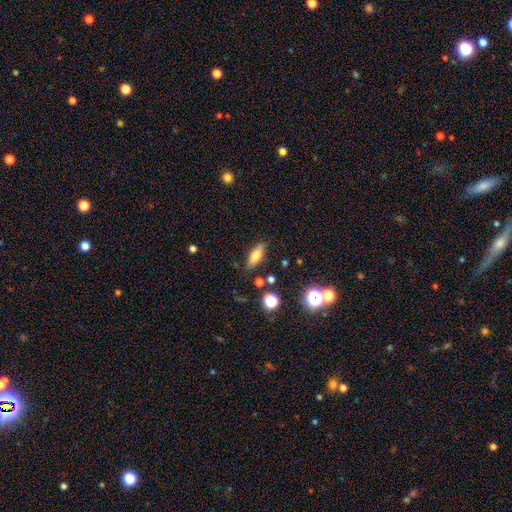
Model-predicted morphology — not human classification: type=smooth (62%); roundness=in between (61%); merging=none (83%).